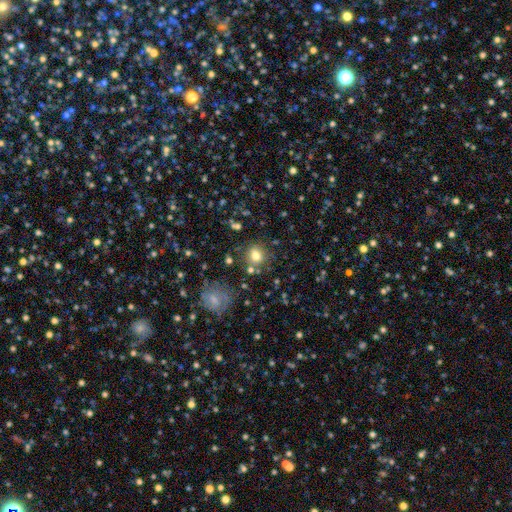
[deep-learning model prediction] Smooth or featured? smooth (77%)
How rounded? round (79%)
Merging? none (76%)